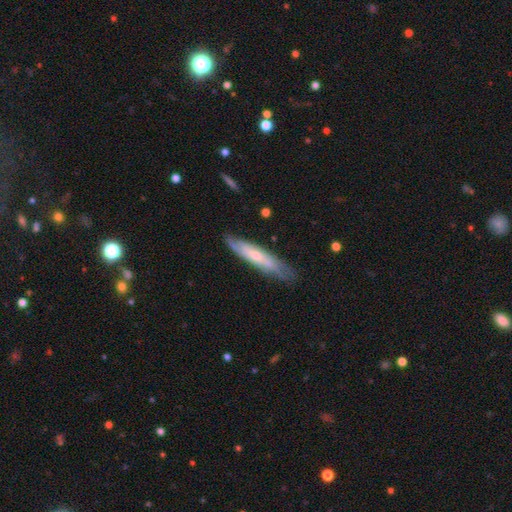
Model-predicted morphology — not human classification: This is possibly a featured or disk galaxy (52%). It is possibly viewed edge-on (57%). Merging: likely none (75%).